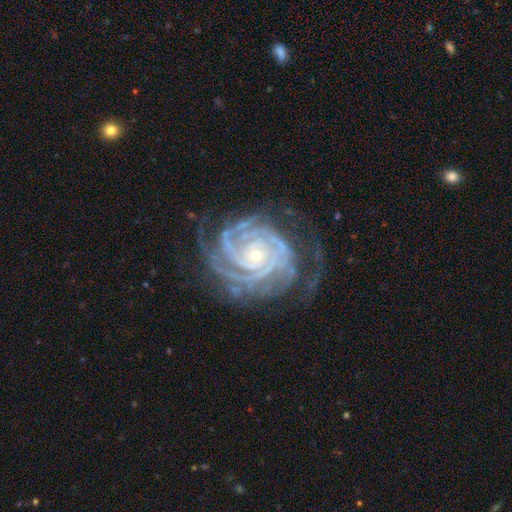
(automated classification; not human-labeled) smooth-or-featured: featured or disk: 92% | star or artifact: 5% | smooth: 3%
  disk-edge-on: no: 98% | yes: 2%
    bar: no: 74% | weak: 16% | strong: 10%
    has-spiral-arms: yes: 99% | no: 1%
      spiral-winding: tight: 82% | medium: 16% | loose: 2%
      spiral-arm-count: 4: 26% | 3: 23% | 2: 17% | more than 4: 14% | can't tell: 14% | 1: 7%
    bulge-size: small: 80% | moderate: 17% | none: 2% | large: 1% | dominant: 1%
  merging: none: 66% | minor disturbance: 20% | major disturbance: 12% | merger: 2%